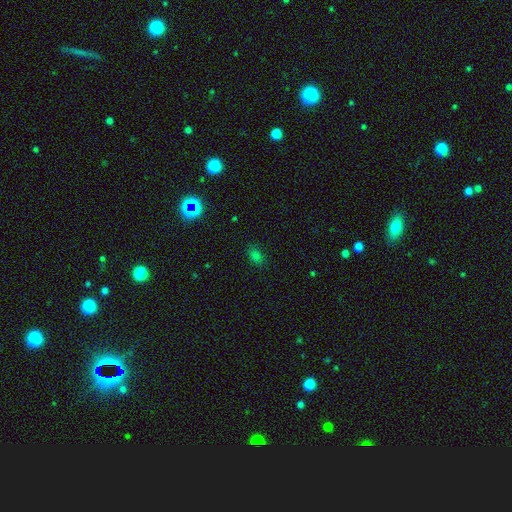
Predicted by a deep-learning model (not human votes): Overall: smooth (72%). How rounded: in between (74%). Merging: none (84%).